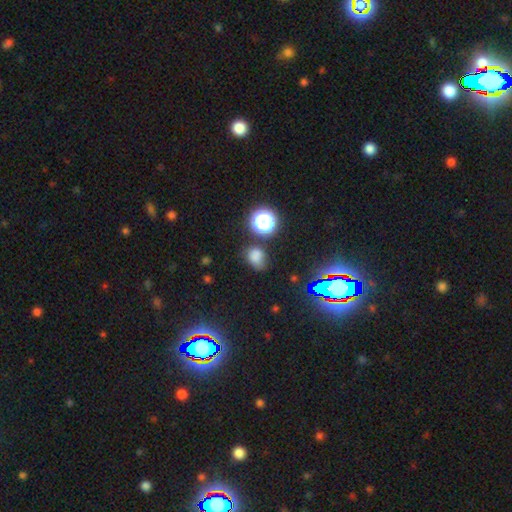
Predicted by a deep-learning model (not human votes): Smooth or featured?
  - smooth: 71% *
  - star or artifact: 22%
  - featured or disk: 7%
How rounded?
  - round: 51% *
  - in between: 48%
  - cigar-shaped: 1%
Merging?
  - none: 65% *
  - minor disturbance: 21%
  - major disturbance: 8%
  - merger: 7%